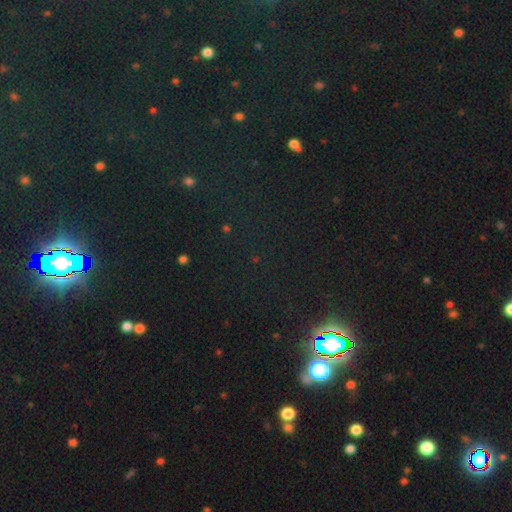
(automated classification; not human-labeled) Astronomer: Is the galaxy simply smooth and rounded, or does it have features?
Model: star or artifact — 80%.